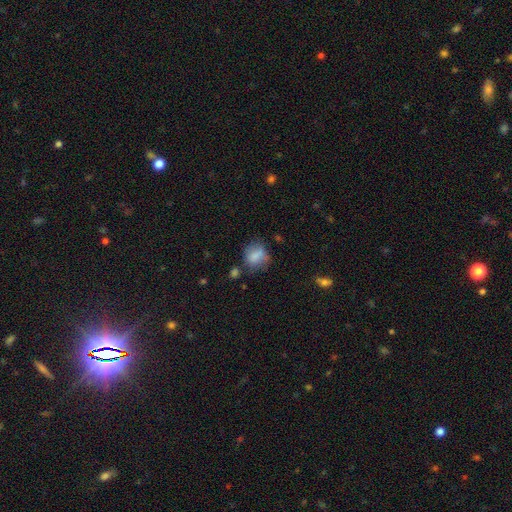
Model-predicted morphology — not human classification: Smooth or featured? smooth (75%)
How rounded? in between (50%)
Merging? none (55%)